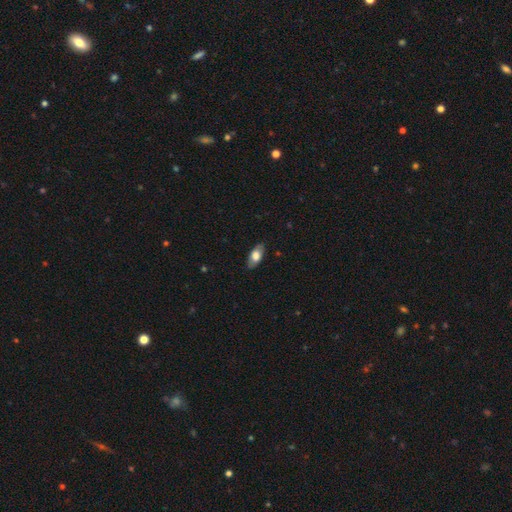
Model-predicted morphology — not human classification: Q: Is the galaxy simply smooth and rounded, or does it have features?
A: smooth — 70%.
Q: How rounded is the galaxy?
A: in between — 89%.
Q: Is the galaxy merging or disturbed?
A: none — 85%.